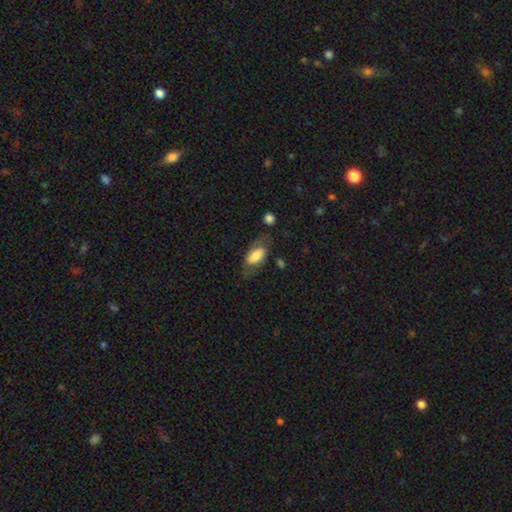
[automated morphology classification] type=smooth (63%); roundness=in between (88%); merging=none (57%).